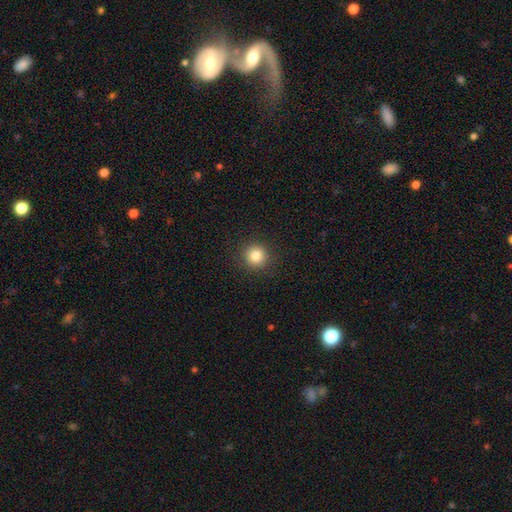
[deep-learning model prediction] Smooth or featured?
  - smooth: 83% *
  - star or artifact: 11%
  - featured or disk: 5%
How rounded?
  - round: 94% *
  - in between: 5%
  - cigar-shaped: 1%
Merging?
  - none: 91% *
  - minor disturbance: 5%
  - major disturbance: 2%
  - merger: 1%